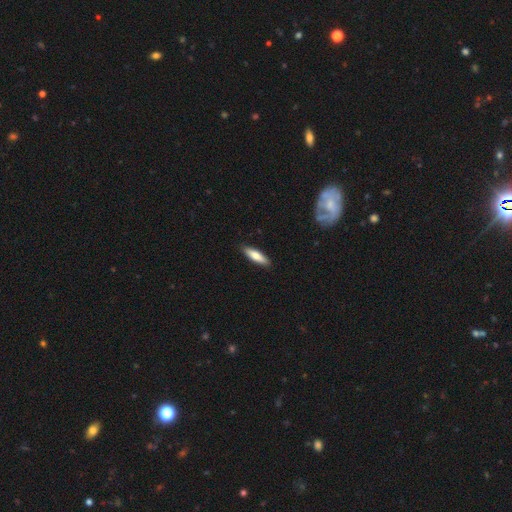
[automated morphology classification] A smooth galaxy with no disk features (73%) that is cigar-shaped (59%).

Vote fractions:
- Smooth or featured? smooth: 73% / featured or disk: 21% / star or artifact: 6%
- How rounded? cigar-shaped: 59% / in between: 39% / round: 2%
- Merging? none: 89% / minor disturbance: 8% / major disturbance: 2% / merger: 1%